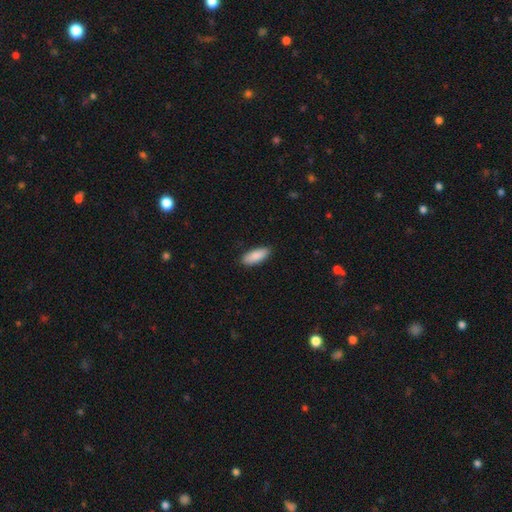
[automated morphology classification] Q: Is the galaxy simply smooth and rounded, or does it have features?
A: smooth — 89%.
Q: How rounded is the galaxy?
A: in between — 75%.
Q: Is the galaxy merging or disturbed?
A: none — 88%.